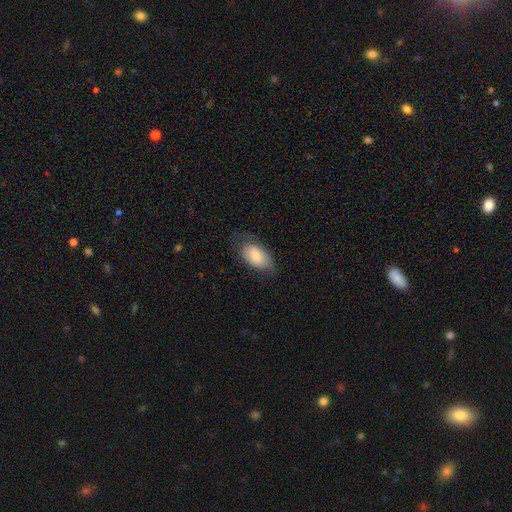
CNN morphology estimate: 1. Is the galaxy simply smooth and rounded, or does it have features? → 75% smooth, 19% featured or disk, 6% star or artifact.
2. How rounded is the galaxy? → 94% in between, 4% round, 2% cigar-shaped.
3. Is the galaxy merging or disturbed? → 60% none, 28% minor disturbance, 11% major disturbance, 1% merger.